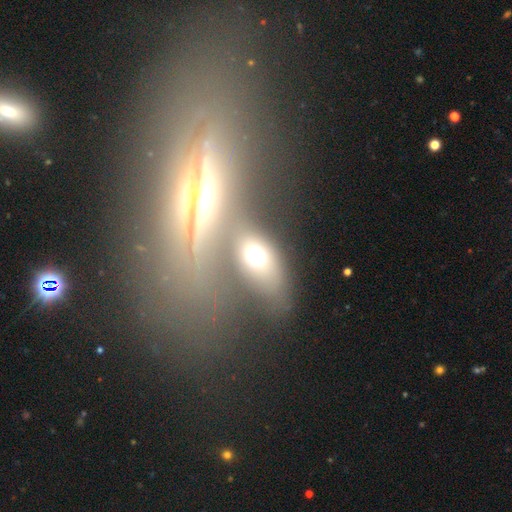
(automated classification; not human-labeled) A smooth galaxy with no disk features (59%) that is in between round and cigar-shaped (65%). Merging: none (45%).